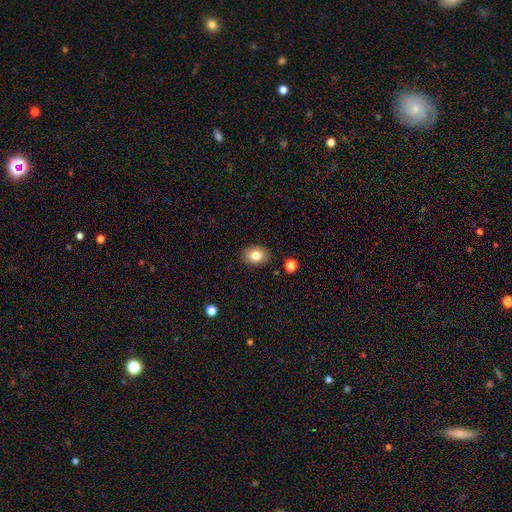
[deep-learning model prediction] smooth_or_featured: smooth (p=0.82) [alt: featured or disk p=0.09]
how_rounded: in between (p=0.68) [alt: round p=0.31]
merging: none (p=0.88) [alt: minor disturbance p=0.08]